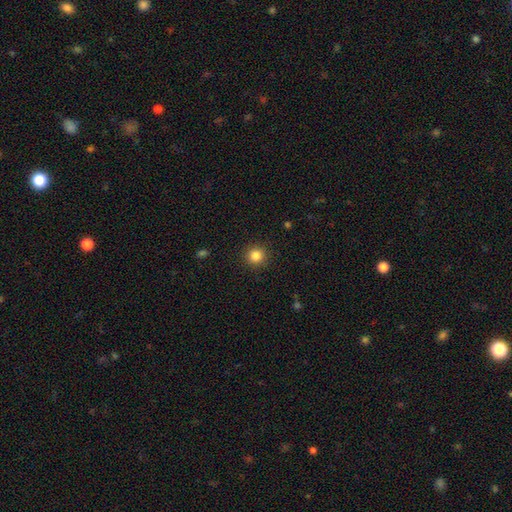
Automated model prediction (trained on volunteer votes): smooth 84%, star or artifact 12%, featured or disk 4%. Down the decision tree: how rounded — round (94%); merging — none (92%).